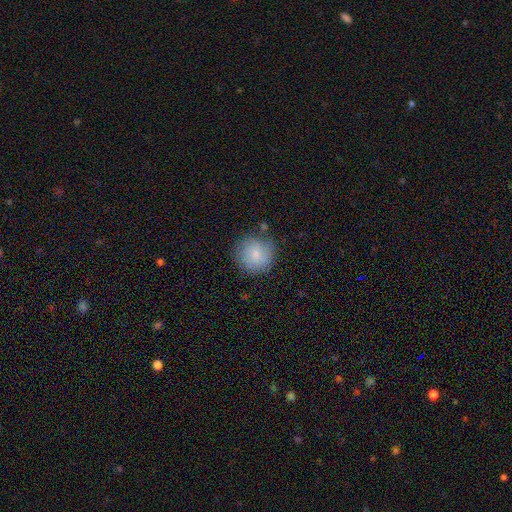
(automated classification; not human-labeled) A smooth galaxy with no disk features (80%) that is round (94%). Merging: none (79%).